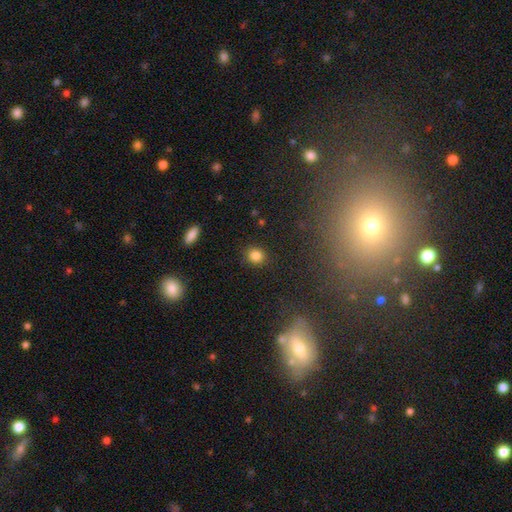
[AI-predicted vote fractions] smooth 84%, star or artifact 11%, featured or disk 4%. Down the decision tree: how rounded — round (82%); merging — none (87%).